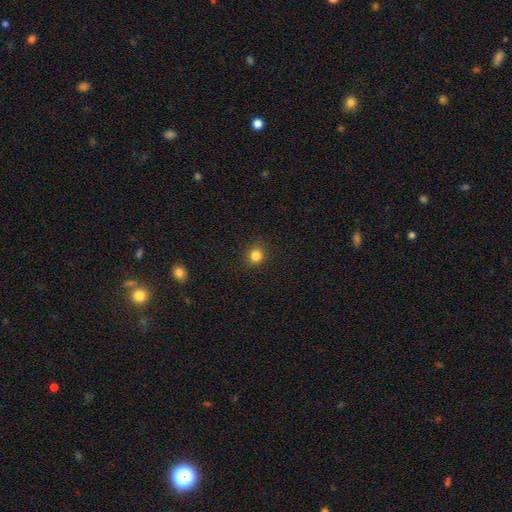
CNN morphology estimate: smooth-or-featured: smooth: 84% | star or artifact: 12% | featured or disk: 4%
  how-rounded: round: 89% | in between: 10% | cigar-shaped: 1%
  merging: none: 90% | minor disturbance: 7% | major disturbance: 2% | merger: 1%